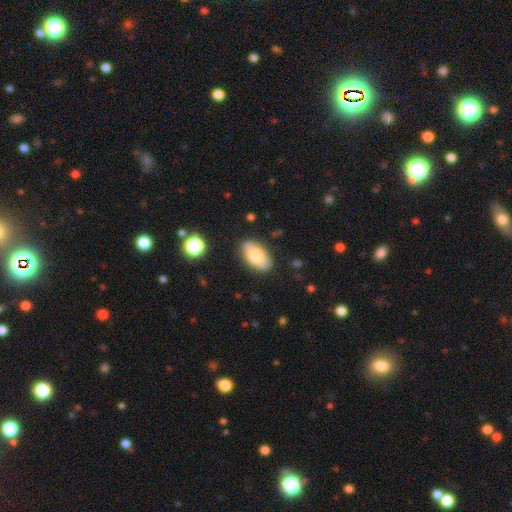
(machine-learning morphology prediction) smooth_or_featured: smooth (p=0.73) [alt: featured or disk p=0.20]
how_rounded: in between (p=0.93) [alt: round p=0.05]
merging: none (p=0.84) [alt: minor disturbance p=0.12]